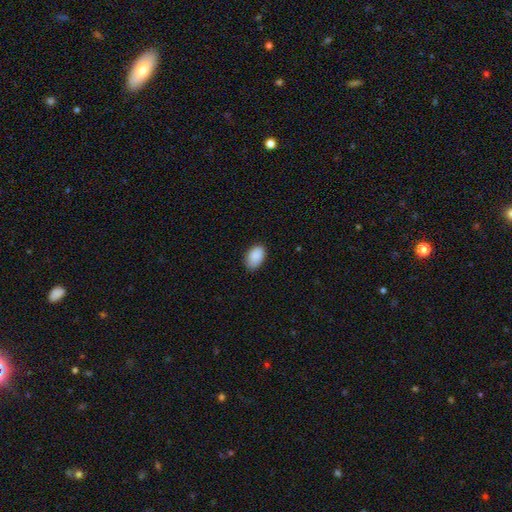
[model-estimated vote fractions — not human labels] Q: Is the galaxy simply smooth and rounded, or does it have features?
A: smooth — 90%.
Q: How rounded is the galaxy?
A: in between — 92%.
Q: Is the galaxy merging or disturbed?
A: none — 79%.